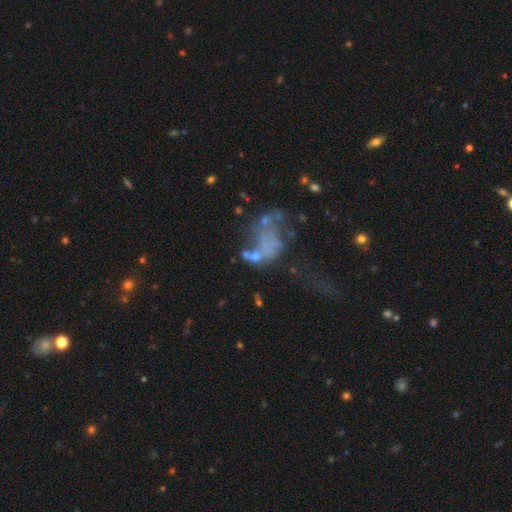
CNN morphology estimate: A featured or disk galaxy (51%).

Vote fractions:
- Smooth or featured? featured or disk: 51% / smooth: 30% / star or artifact: 19%
- Edge-on disk? no: 97% / yes: 3%
- Merging? major disturbance: 43% / none: 23% / merger: 20% / minor disturbance: 13%